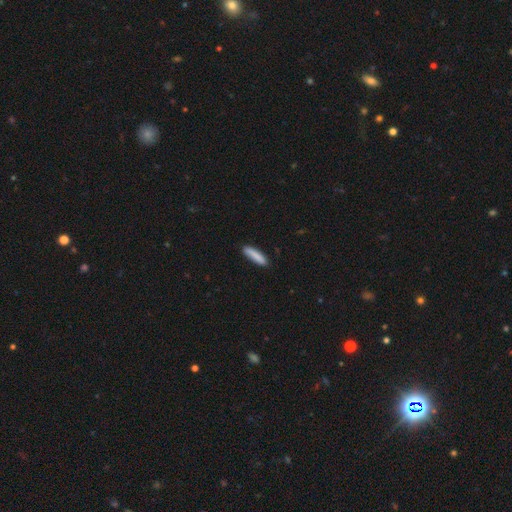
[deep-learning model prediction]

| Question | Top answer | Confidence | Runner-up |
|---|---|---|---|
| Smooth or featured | smooth | 86% | featured or disk (8%) |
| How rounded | cigar-shaped | 83% | in between (16%) |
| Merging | none | 85% | minor disturbance (12%) |